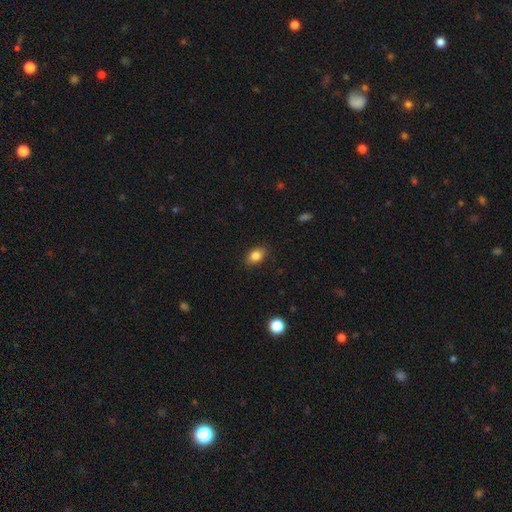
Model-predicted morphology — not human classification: A smooth galaxy with no disk features (84%) that is in between round and cigar-shaped (78%). Merging: none (86%).